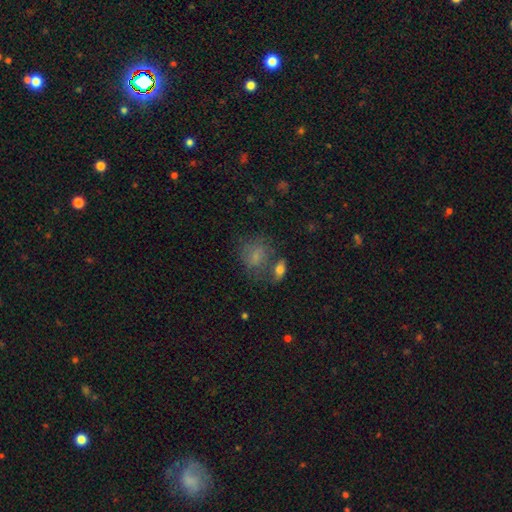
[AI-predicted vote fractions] Smooth or featured: smooth — 62% (featured or disk — 23%)
How rounded: round — 51% (in between — 48%)
Merging: none — 47% (minor disturbance — 20%)